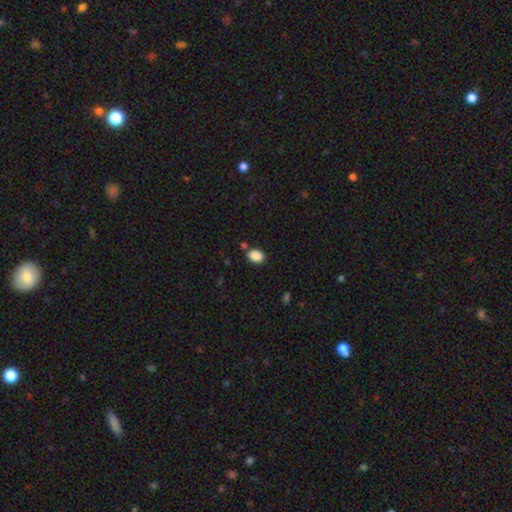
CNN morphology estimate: A smooth galaxy with no disk features (88%) that is in between round and cigar-shaped (70%).

Vote fractions:
- Smooth or featured? smooth: 88% / star or artifact: 9% / featured or disk: 3%
- How rounded? in between: 70% / round: 29% / cigar-shaped: 1%
- Merging? none: 79% / minor disturbance: 12% / merger: 7% / major disturbance: 3%